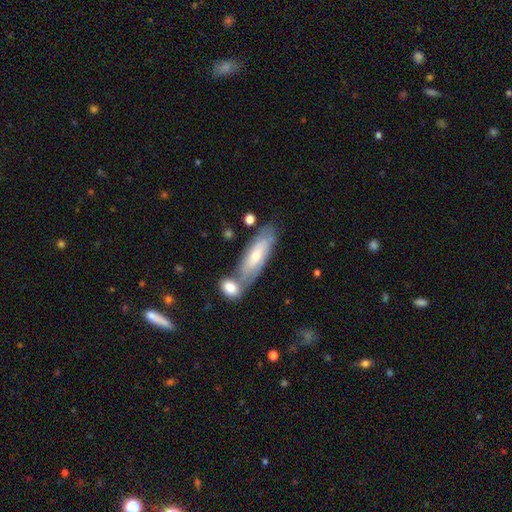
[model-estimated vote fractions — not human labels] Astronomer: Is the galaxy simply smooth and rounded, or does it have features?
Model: smooth — 48% (runner-up: featured or disk, 46%).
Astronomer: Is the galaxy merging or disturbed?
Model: none — 54%.